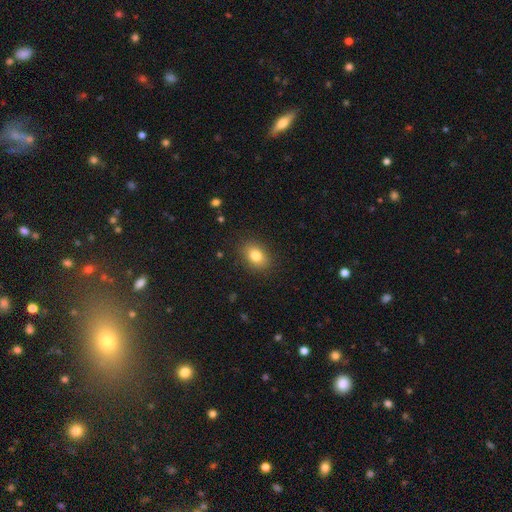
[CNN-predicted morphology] This is clearly a smooth galaxy (82%). How rounded: likely in between (74%). Merging: clearly none (86%).